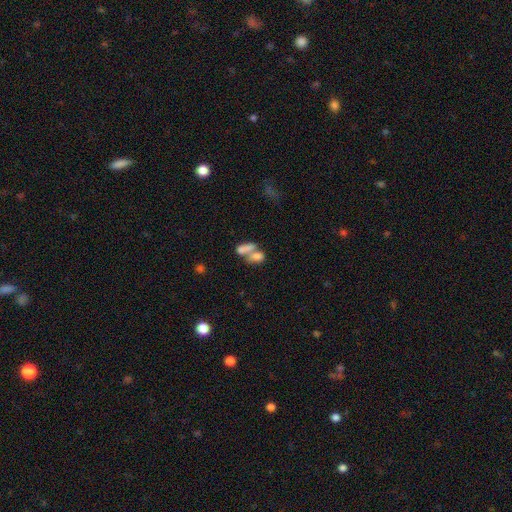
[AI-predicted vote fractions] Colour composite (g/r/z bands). It shows a smooth galaxy with no disk features (65%) that is in between round and cigar-shaped (71%). Merging: merger (61%).